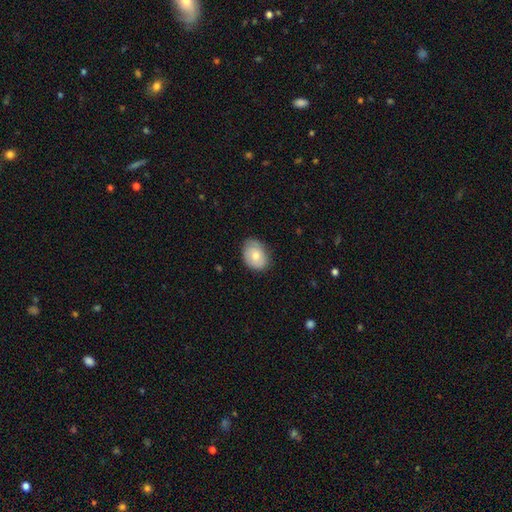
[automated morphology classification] type=smooth (70%); roundness=in between (65%); merging=none (73%).